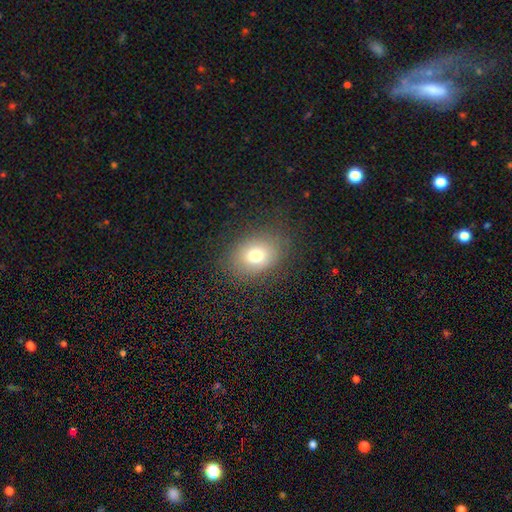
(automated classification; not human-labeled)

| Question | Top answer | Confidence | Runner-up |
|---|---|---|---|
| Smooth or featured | smooth | 74% | star or artifact (13%) |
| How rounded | in between | 60% | round (39%) |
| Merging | none | 80% | minor disturbance (12%) |